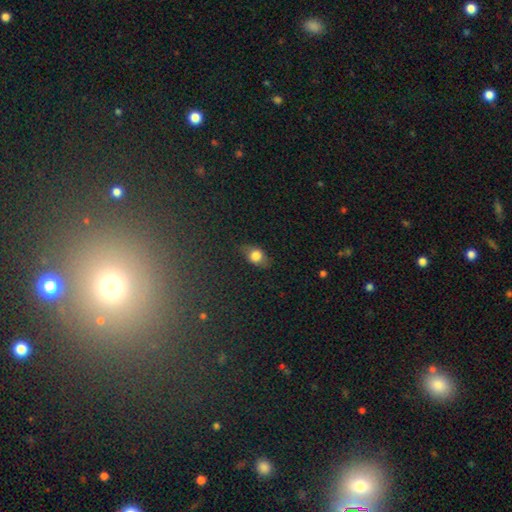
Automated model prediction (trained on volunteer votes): This appears to be a smooth galaxy with no disk features (75%) that is in between round and cigar-shaped (66%). Merging: none (76%).